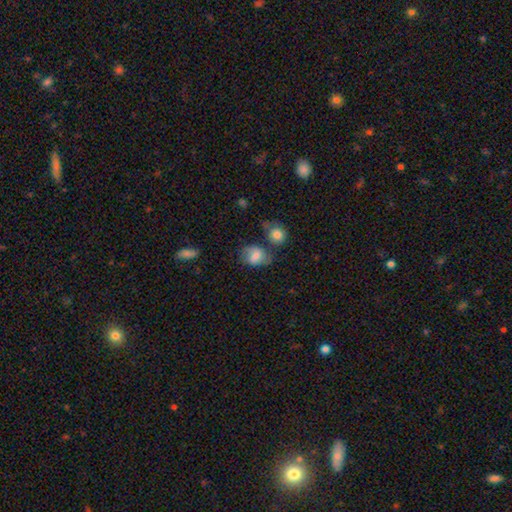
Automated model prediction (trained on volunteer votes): Smooth or featured? Predicted: smooth (p=0.66). How rounded? Predicted: in between (p=0.59). Merging? Predicted: none (p=0.54).